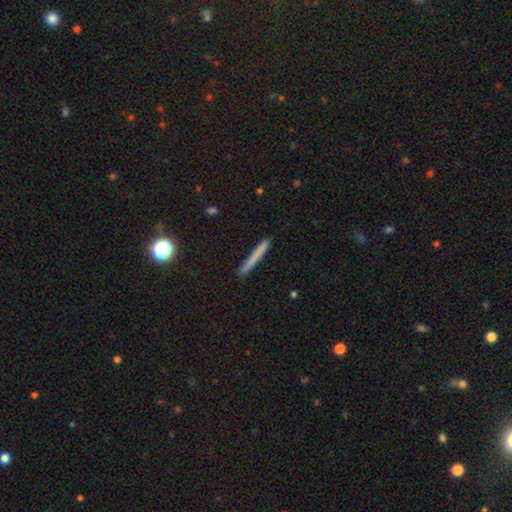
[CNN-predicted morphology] Smooth or featured? smooth (68%)
How rounded? cigar-shaped (96%)
Merging? none (90%)